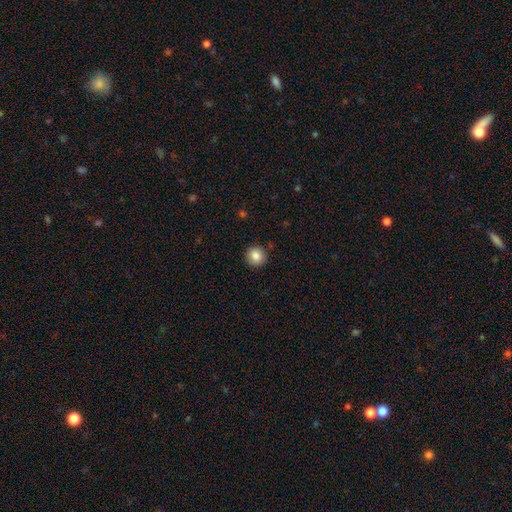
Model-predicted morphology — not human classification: type=smooth (85%); roundness=round (92%); merging=none (90%).